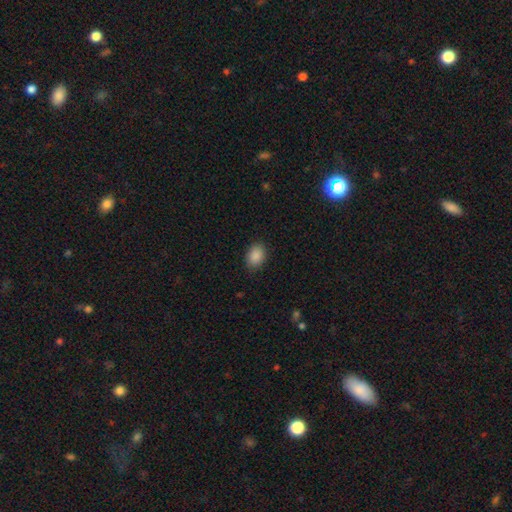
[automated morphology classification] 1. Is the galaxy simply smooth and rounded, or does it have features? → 89% smooth, 8% star or artifact, 3% featured or disk.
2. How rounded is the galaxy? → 76% in between, 23% round, 1% cigar-shaped.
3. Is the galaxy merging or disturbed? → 87% none, 10% minor disturbance, 2% major disturbance, 1% merger.